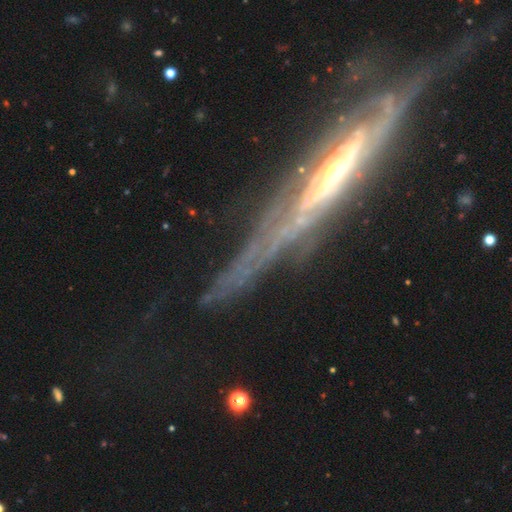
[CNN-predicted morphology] Smooth or featured: featured or disk — 83% (star or artifact — 9%)
Edge-on disk: yes — 51% (no — 49%)
Merging: none — 61% (minor disturbance — 20%)